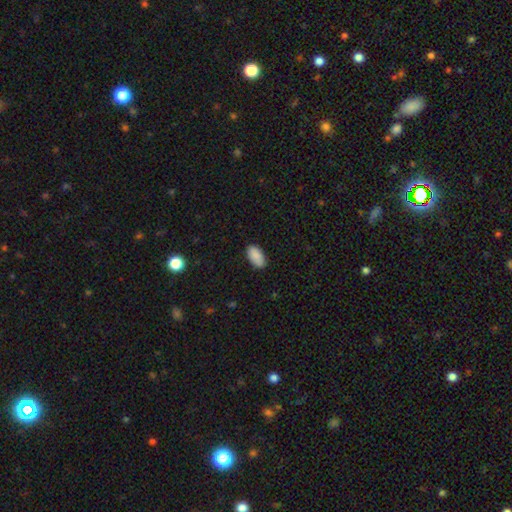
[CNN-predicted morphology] Smooth or featured? Predicted: smooth (p=0.90). How rounded? Predicted: in between (p=0.95). Merging? Predicted: none (p=0.86).